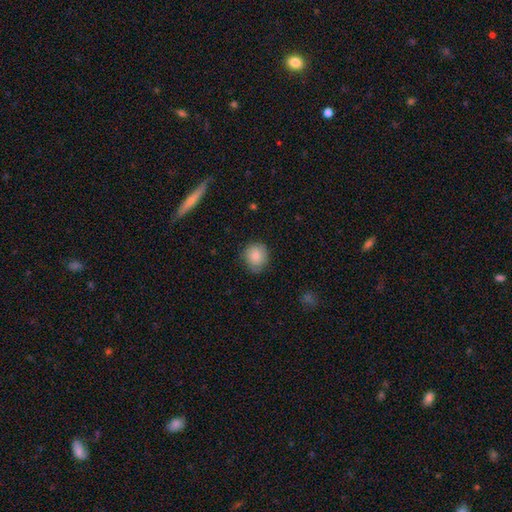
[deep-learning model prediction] The model was most divided on "merging": none: 76%, minor disturbance: 19%, major disturbance: 4%, merger: 1%. More confident: smooth or featured — smooth (85%); how rounded — round (78%).